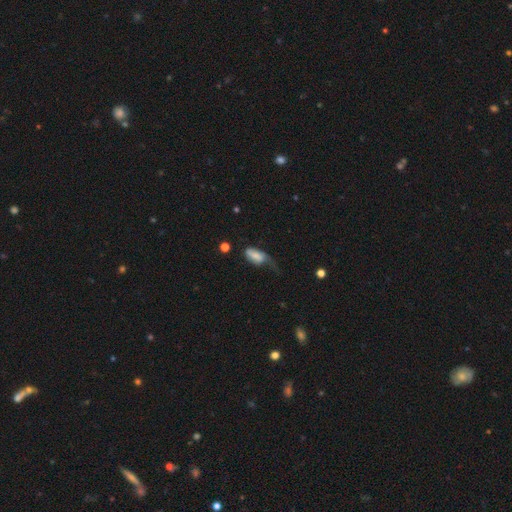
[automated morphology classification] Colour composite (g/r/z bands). It shows a smooth galaxy with no disk features (70%) that is in between round and cigar-shaped (88%). Merging: major disturbance (45%).